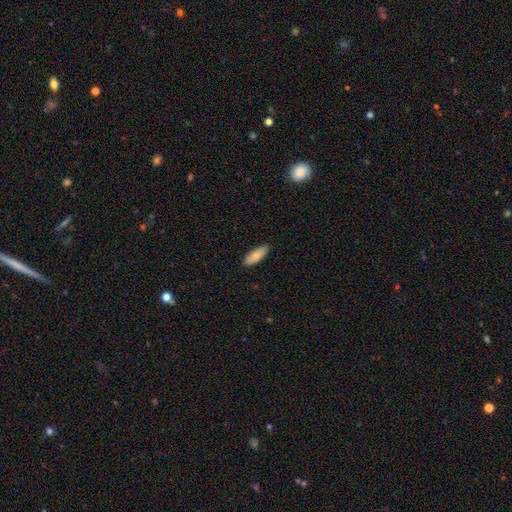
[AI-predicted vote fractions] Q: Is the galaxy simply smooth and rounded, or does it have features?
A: smooth — 80%.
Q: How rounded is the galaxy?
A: in between — 61%.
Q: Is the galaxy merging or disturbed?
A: none — 86%.